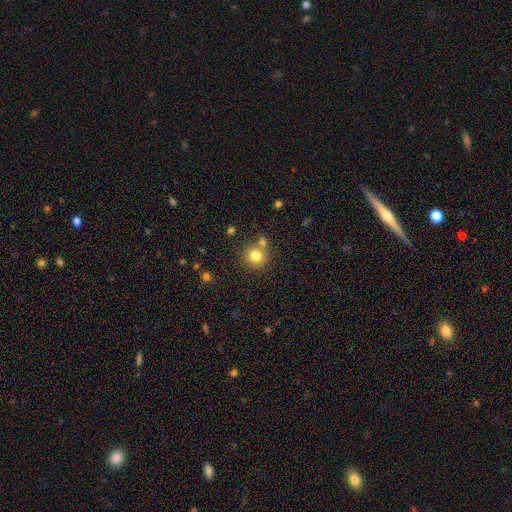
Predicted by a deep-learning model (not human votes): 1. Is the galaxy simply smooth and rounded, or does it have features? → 80% smooth, 12% star or artifact, 8% featured or disk.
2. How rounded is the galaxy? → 91% round, 8% in between, 1% cigar-shaped.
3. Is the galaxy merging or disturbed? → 69% none, 19% merger, 9% minor disturbance, 3% major disturbance.